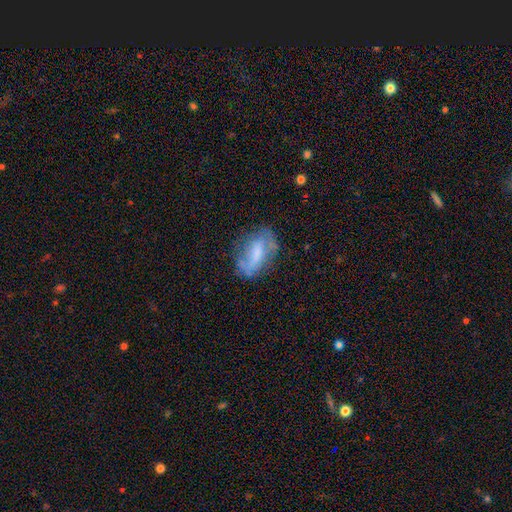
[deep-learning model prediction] Smooth or featured?
  - featured or disk: 52% *
  - smooth: 39%
  - star or artifact: 8%
Edge-on disk?
  - no: 93% *
  - yes: 7%
Merging?
  - none: 59% *
  - minor disturbance: 25%
  - major disturbance: 14%
  - merger: 3%